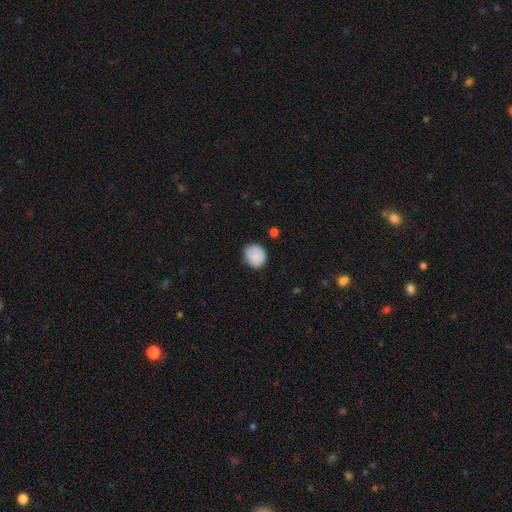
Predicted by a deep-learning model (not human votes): Overall: smooth (86%). How rounded: round (82%). Merging: none (80%).